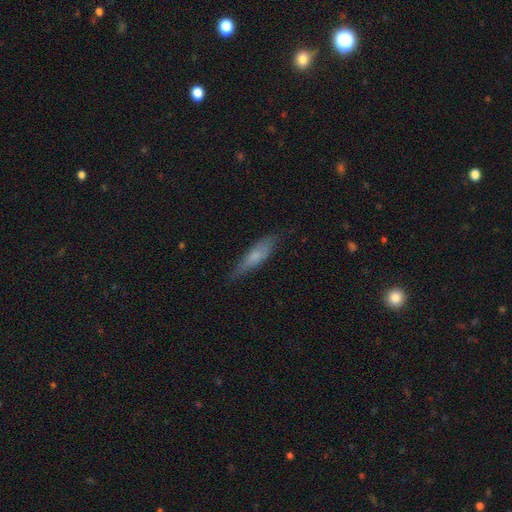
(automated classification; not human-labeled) Smooth or featured? smooth (61%)
How rounded? cigar-shaped (72%)
Merging? none (74%)